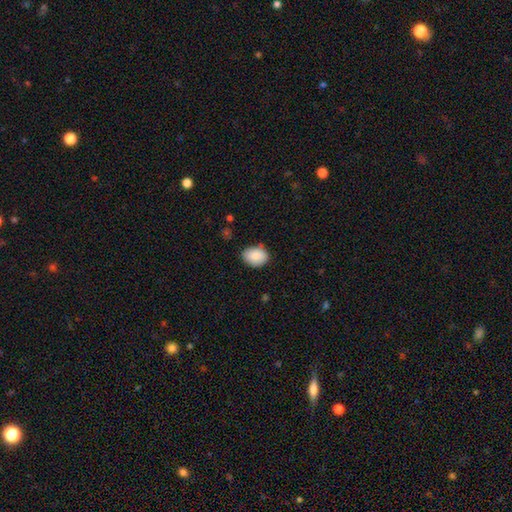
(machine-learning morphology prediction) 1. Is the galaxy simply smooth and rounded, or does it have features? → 87% smooth, 7% star or artifact, 7% featured or disk.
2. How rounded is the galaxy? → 70% in between, 29% round, 1% cigar-shaped.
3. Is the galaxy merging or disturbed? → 76% none, 19% minor disturbance, 3% major disturbance, 2% merger.